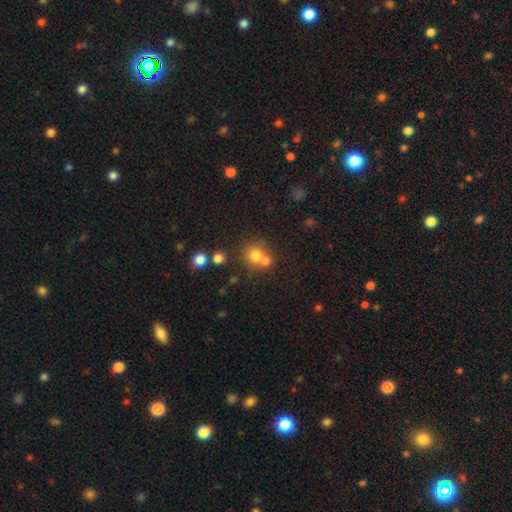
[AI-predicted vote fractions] smooth 74%, star or artifact 15%, featured or disk 11%. Down the decision tree: how rounded — round (87%); merging — none (52%).